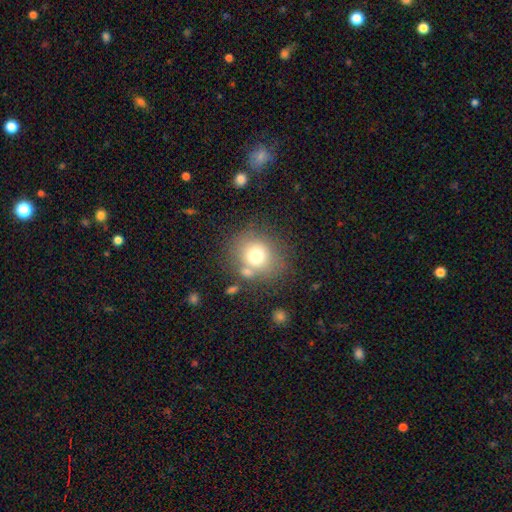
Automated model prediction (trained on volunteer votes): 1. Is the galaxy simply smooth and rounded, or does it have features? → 72% smooth, 15% featured or disk, 13% star or artifact.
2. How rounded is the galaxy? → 80% round, 19% in between, 1% cigar-shaped.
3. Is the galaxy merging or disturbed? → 67% none, 14% minor disturbance, 12% merger, 7% major disturbance.